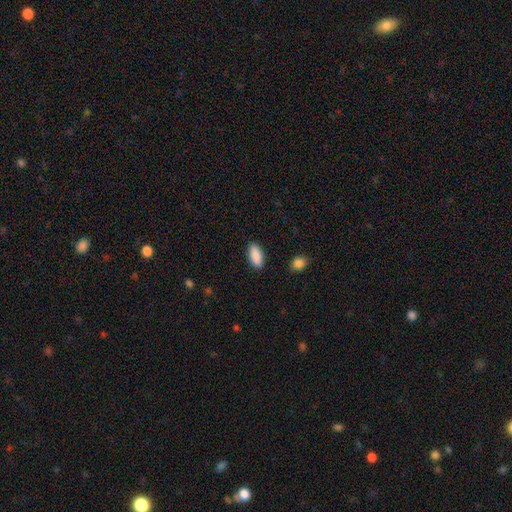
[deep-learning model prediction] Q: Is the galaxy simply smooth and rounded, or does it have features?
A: smooth — 90%.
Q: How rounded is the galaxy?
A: in between — 85%.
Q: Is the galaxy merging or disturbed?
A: none — 89%.